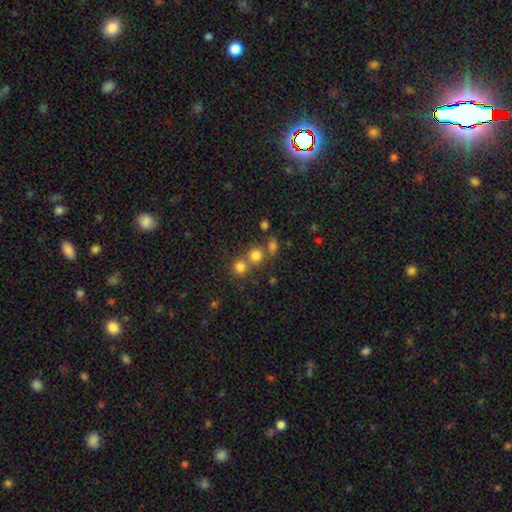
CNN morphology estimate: Smooth or featured? smooth (76%)
How rounded? round (87%)
Merging? none (59%)